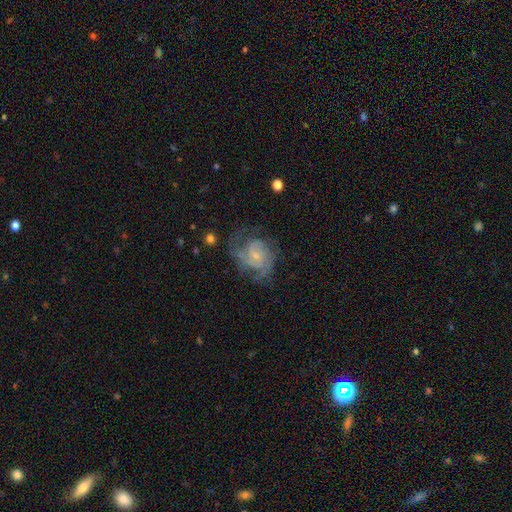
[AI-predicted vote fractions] Smooth or featured? featured or disk (78%)
Edge-on disk? no (98%)
Bar? no (69%)
Spiral arms? yes (90%)
Spiral winding? medium (43%)
Spiral arm count? 2 (31%, tied with can't tell)
Bulge size? small (75%)
Merging? none (53%)